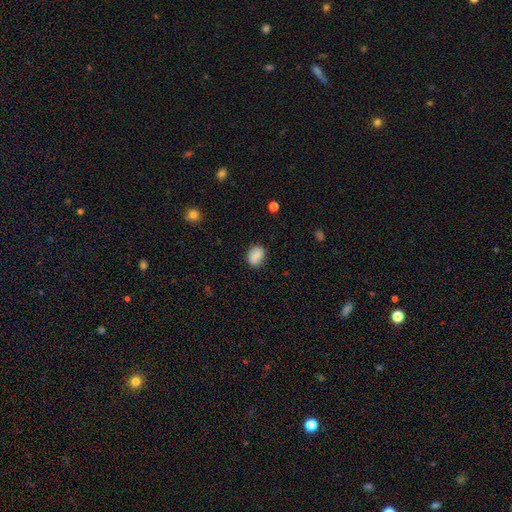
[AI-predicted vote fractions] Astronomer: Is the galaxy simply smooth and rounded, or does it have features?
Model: smooth — 83%.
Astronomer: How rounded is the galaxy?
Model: in between — 60% (runner-up: round, 39%).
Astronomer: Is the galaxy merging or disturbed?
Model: none — 82%.